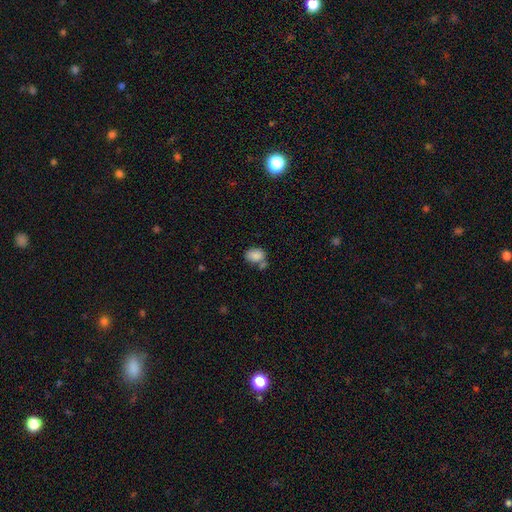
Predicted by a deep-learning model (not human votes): Smooth or featured? smooth (86%)
How rounded? in between (74%)
Merging? none (52%)